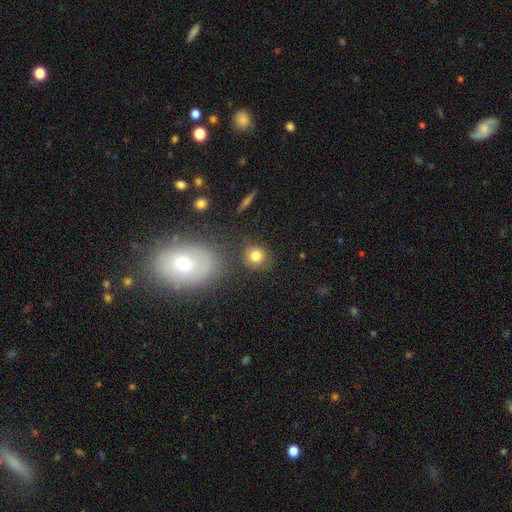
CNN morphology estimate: Smooth or featured: smooth — 81% (star or artifact — 11%)
How rounded: round — 86% (in between — 12%)
Merging: none — 79% (minor disturbance — 11%)